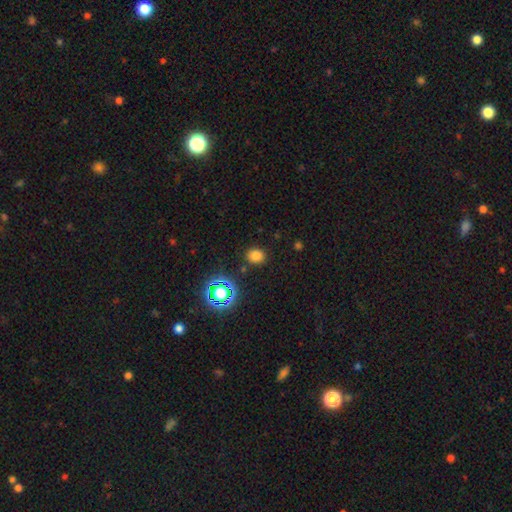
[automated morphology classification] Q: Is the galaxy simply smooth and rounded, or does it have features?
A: smooth — 75%.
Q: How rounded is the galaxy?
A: round — 63%.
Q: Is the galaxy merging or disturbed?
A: none — 86%.